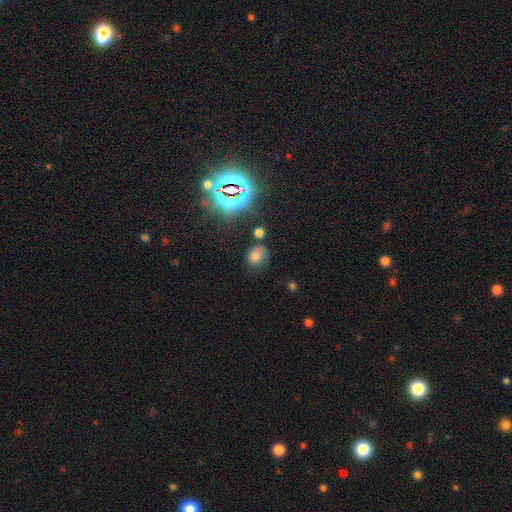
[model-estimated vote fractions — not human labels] Smooth or featured?
  - smooth: 63% *
  - star or artifact: 26%
  - featured or disk: 12%
How rounded?
  - round: 68% *
  - in between: 31%
  - cigar-shaped: 1%
Merging?
  - none: 58% *
  - minor disturbance: 20%
  - merger: 14%
  - major disturbance: 8%